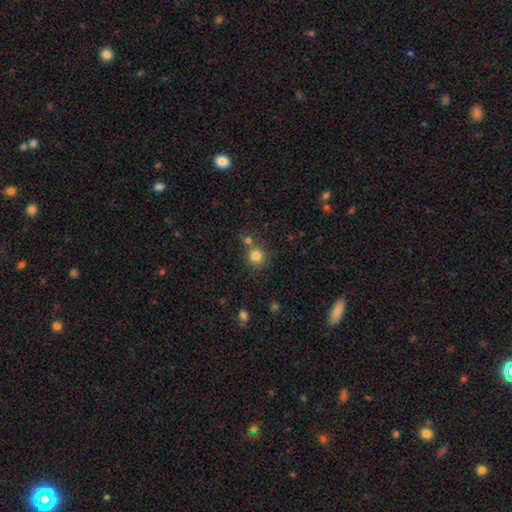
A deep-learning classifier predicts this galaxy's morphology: smooth_or_featured: smooth (p=0.81) [alt: star or artifact p=0.12]
how_rounded: round (p=0.89) [alt: in between p=0.10]
merging: none (p=0.66) [alt: merger p=0.21]